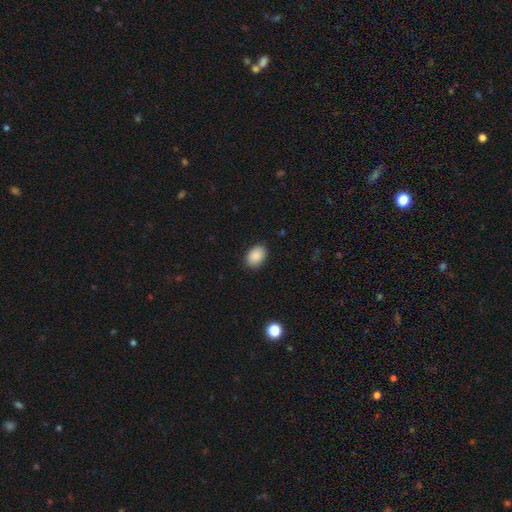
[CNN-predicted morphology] smooth 89%, star or artifact 8%, featured or disk 3%. Down the decision tree: how rounded — in between (84%); merging — none (86%).